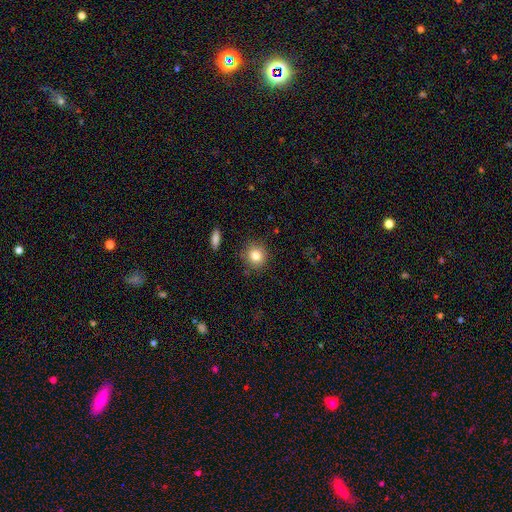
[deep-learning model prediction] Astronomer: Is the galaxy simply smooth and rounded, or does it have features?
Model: smooth — 82%.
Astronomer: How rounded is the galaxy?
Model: round — 87%.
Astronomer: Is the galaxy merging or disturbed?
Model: none — 86%.